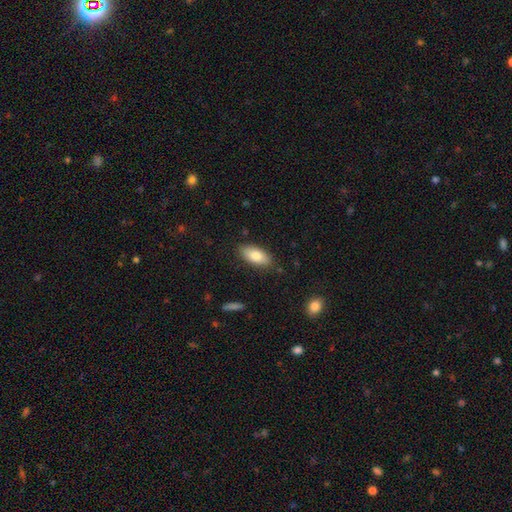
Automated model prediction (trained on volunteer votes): This appears to be a smooth galaxy with no disk features (82%) that is in between round and cigar-shaped (88%). Merging: none (84%).